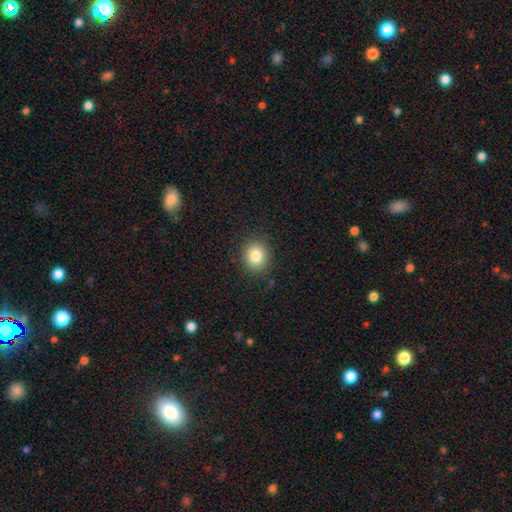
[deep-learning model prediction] This appears to be a smooth galaxy with no disk features (82%) that is round (77%). Merging: none (87%).